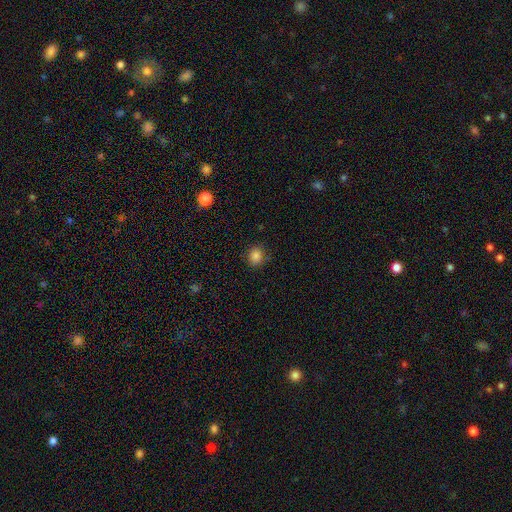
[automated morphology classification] This is clearly a smooth galaxy (84%). How rounded: likely round (66%). Merging: clearly none (84%).